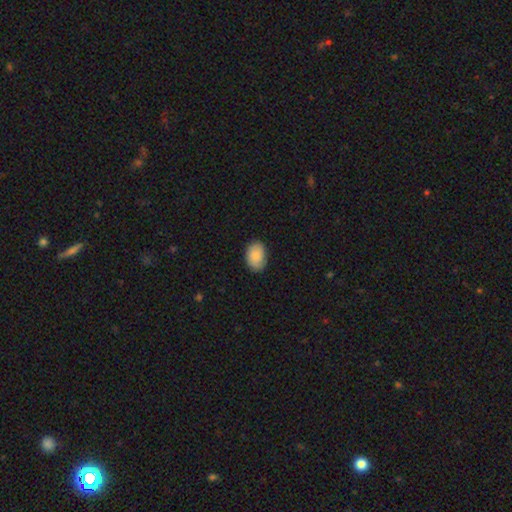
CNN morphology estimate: Overall: smooth (79%). How rounded: in between (81%). Merging: none (79%).